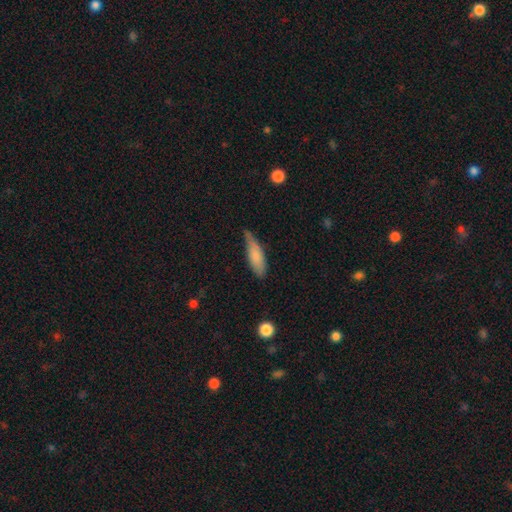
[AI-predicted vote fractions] Smooth or featured? smooth (78%)
How rounded? cigar-shaped (51%)
Merging? none (48%)